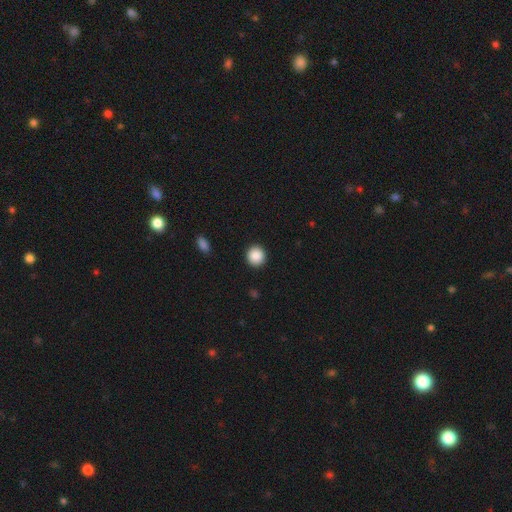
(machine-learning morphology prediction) type=smooth (89%); roundness=round (92%); merging=none (92%).